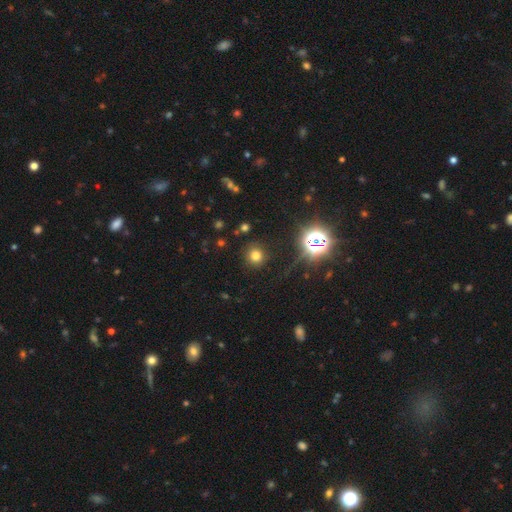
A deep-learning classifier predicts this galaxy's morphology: Overall: smooth (71%). How rounded: round (91%). Merging: none (87%).